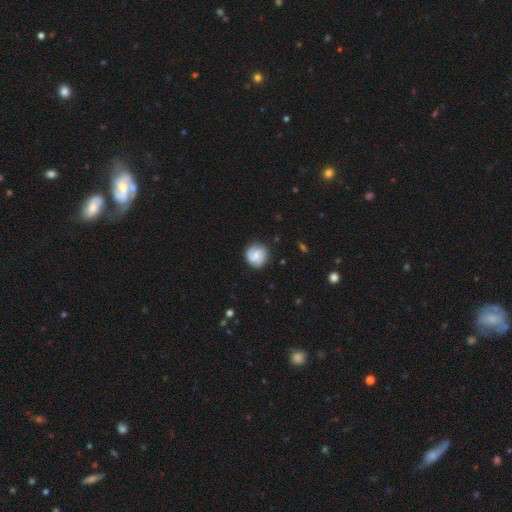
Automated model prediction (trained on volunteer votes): Smooth or featured? smooth (53%)
How rounded? round (90%)
Merging? none (82%)